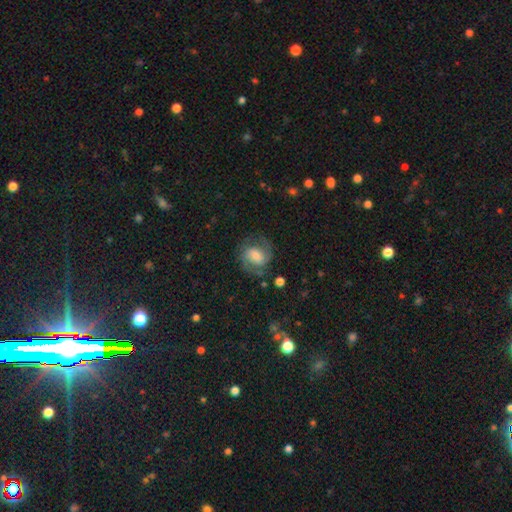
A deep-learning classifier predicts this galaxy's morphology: Overall: featured or disk (70%). Edge-on disk: no (98%). Bar: weak (44%; no 39%). Spiral arms: yes (93%). Spiral arm count: 2 (88%). Spiral winding: medium (52%; tight 32%). Bulge size: moderate (40%; small 29%). Merging: none (75%).